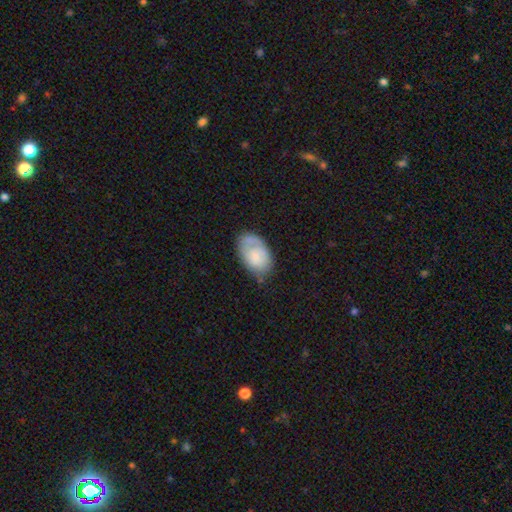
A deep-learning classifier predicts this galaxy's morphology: type=smooth (63%); roundness=in between (91%); merging=none (55%).